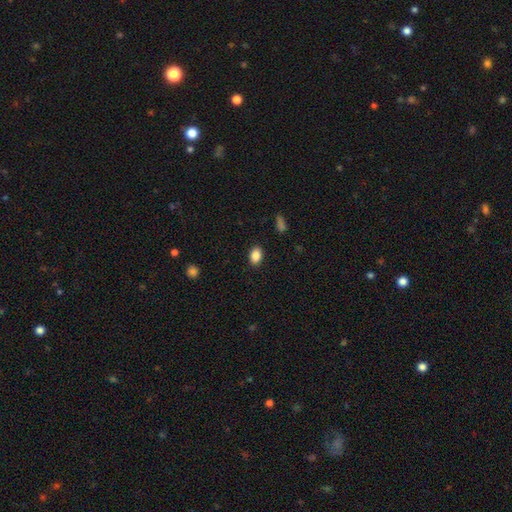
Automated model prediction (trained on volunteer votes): This appears to be a smooth galaxy with no disk features (87%) that is in between round and cigar-shaped (80%). Merging: none (89%).